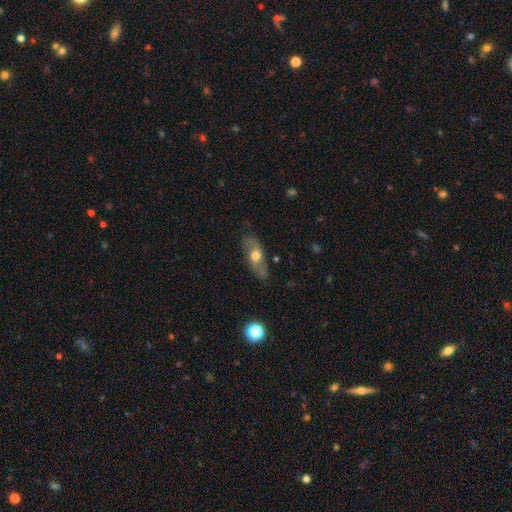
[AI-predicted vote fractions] Q: Smooth or featured?
A: featured or disk (47%); runner-up: smooth (46%)
Q: Merging?
A: none (75%); runner-up: minor disturbance (18%)